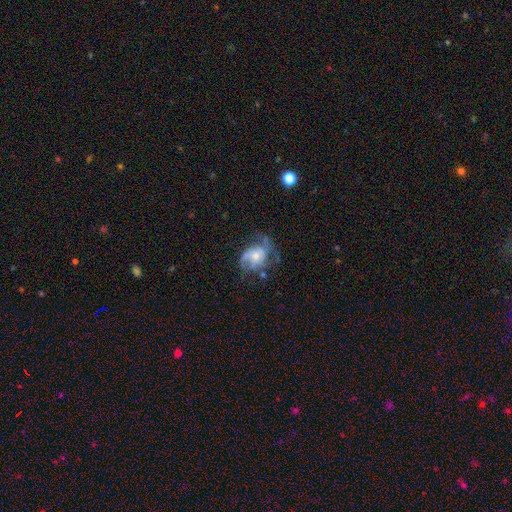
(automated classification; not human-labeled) A featured or disk galaxy (69%) with no bar (72%), 2 (34%) medium (44%) spiral arms (82%) and a small central bulge (53%). Merging: none (42%).